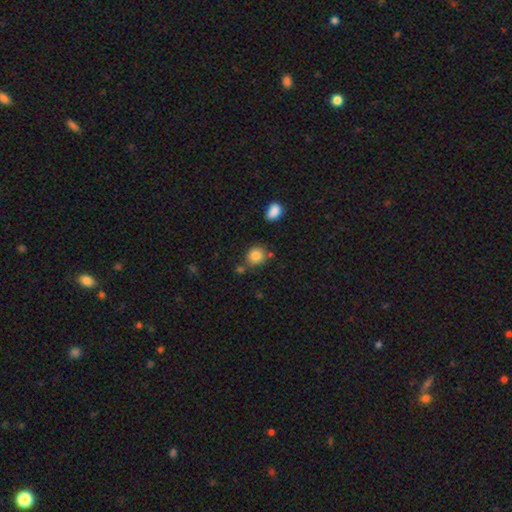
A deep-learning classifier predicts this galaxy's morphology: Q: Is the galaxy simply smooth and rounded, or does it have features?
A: smooth — 84%.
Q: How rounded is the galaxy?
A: round — 77%.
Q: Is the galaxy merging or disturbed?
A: none — 72%.